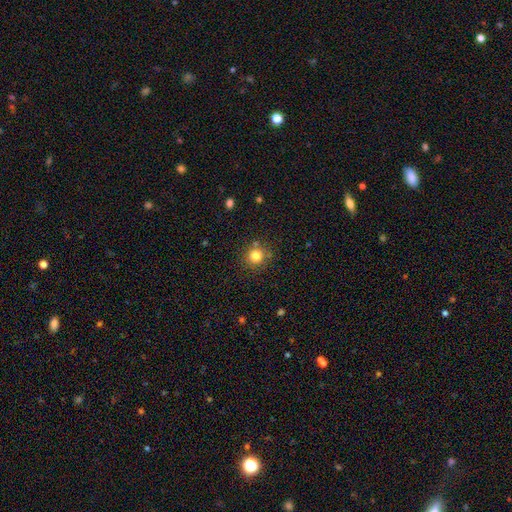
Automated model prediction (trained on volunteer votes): This is clearly a smooth galaxy (80%). How rounded: clearly round (91%). Merging: clearly none (81%).